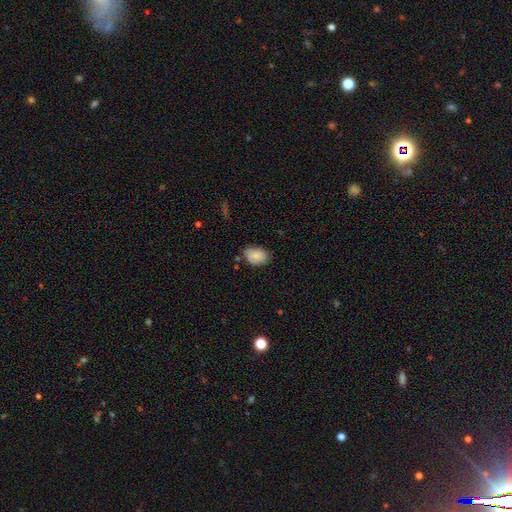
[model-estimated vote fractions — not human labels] Overall: smooth (80%). How rounded: in between (77%). Merging: none (64%; minor disturbance 28%).